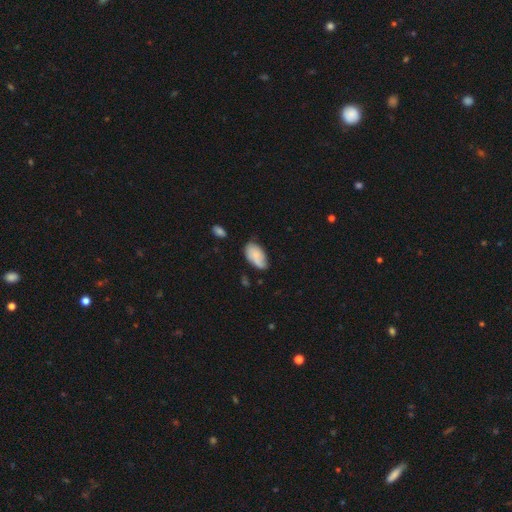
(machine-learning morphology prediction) A smooth galaxy with no disk features (70%) that is in between round and cigar-shaped (94%).

Vote fractions:
- Smooth or featured? smooth: 70% / featured or disk: 22% / star or artifact: 7%
- How rounded? in between: 94% / round: 4% / cigar-shaped: 2%
- Merging? none: 57% / minor disturbance: 32% / major disturbance: 8% / merger: 3%